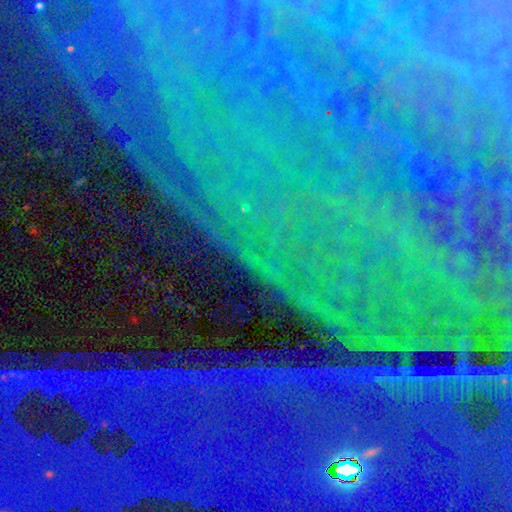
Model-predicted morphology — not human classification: type=star or artifact (85%).